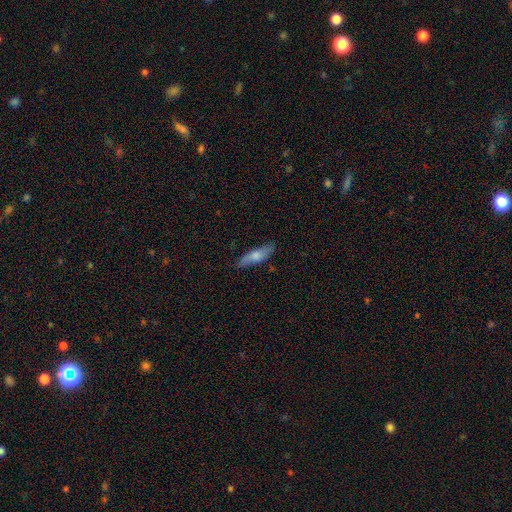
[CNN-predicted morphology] type=smooth (67%); roundness=cigar-shaped (55%); merging=none (81%).